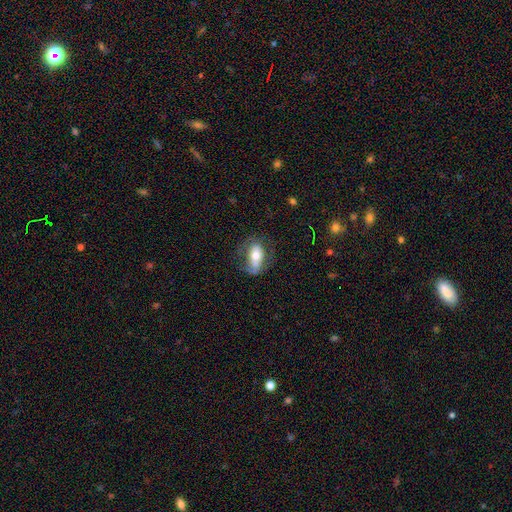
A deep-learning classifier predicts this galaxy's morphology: Overall: smooth (53%; featured or disk 39%). How rounded: in between (87%). Merging: none (52%; minor disturbance 25%).